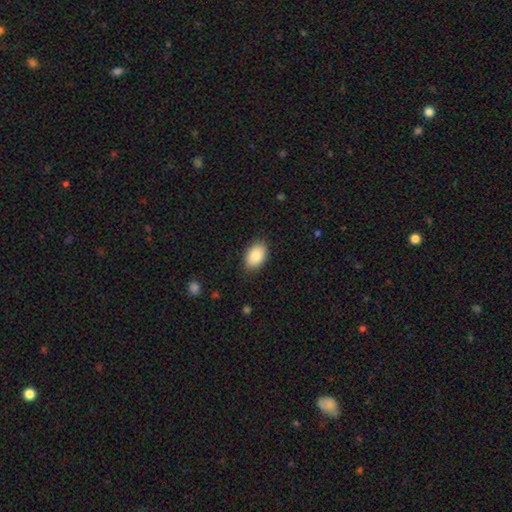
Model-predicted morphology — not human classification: Q: Smooth or featured?
A: smooth (88%); runner-up: star or artifact (7%)
Q: How rounded?
A: in between (90%); runner-up: round (9%)
Q: Merging?
A: none (85%); runner-up: minor disturbance (11%)